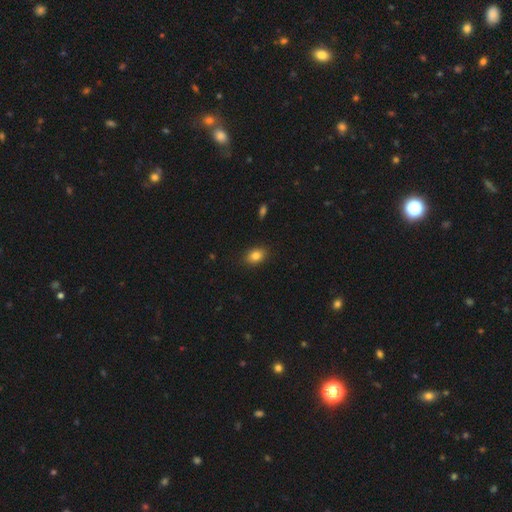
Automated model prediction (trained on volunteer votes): Smooth or featured: smooth — 84% (star or artifact — 10%)
How rounded: in between — 75% (round — 23%)
Merging: none — 88% (minor disturbance — 9%)